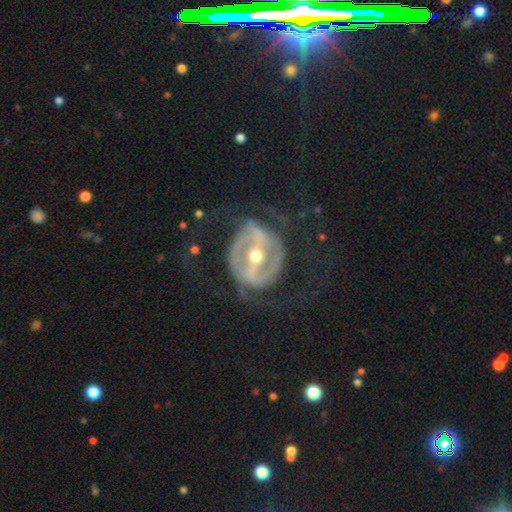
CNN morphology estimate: This appears to be a featured or disk galaxy (79%) with a strong bar (57%), spiral arms (58%) and a moderate central bulge (63%). Merging: none (62%).